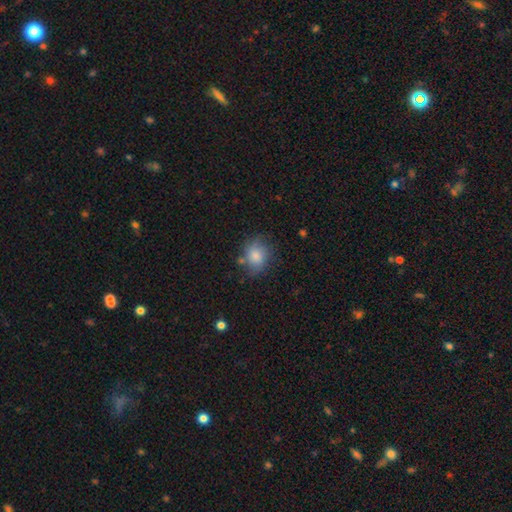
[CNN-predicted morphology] A smooth galaxy with no disk features (78%) that is round (54%).

Vote fractions:
- Smooth or featured? smooth: 78% / featured or disk: 13% / star or artifact: 9%
- How rounded? round: 54% / in between: 45% / cigar-shaped: 1%
- Merging? none: 64% / minor disturbance: 23% / major disturbance: 7% / merger: 5%